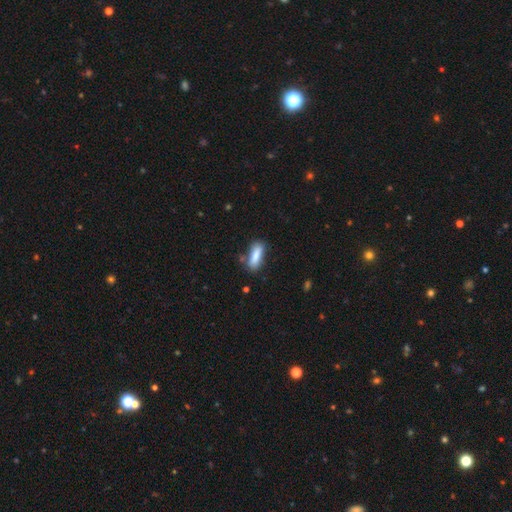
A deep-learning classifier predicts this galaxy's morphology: Q: Smooth or featured?
A: smooth (83%); runner-up: featured or disk (10%)
Q: How rounded?
A: in between (59%); runner-up: cigar-shaped (39%)
Q: Merging?
A: none (71%); runner-up: minor disturbance (18%)